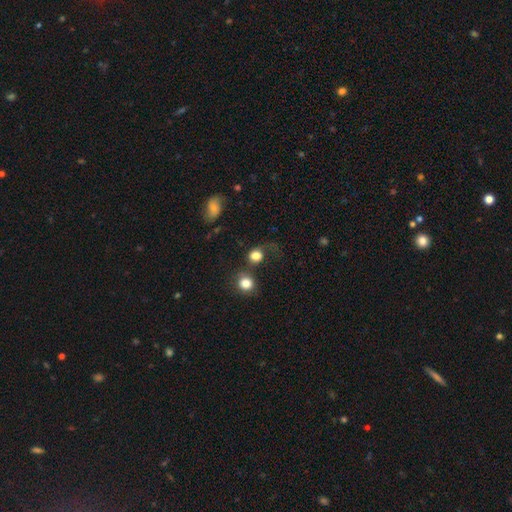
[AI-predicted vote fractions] Smooth or featured? smooth (79%)
How rounded? round (76%)
Merging? none (40%)